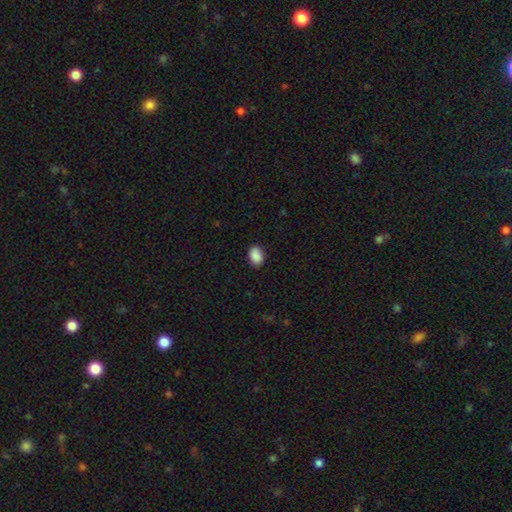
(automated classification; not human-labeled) smooth 89%, star or artifact 7%, featured or disk 3%. Down the decision tree: how rounded — in between (80%); merging — none (85%).